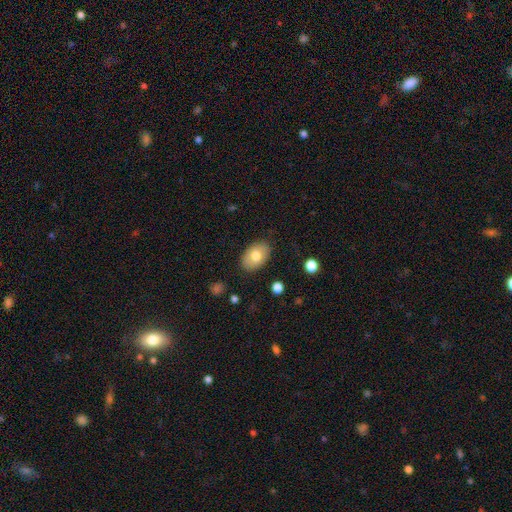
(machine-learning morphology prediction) smooth-or-featured: smooth: 74% | featured or disk: 19% | star or artifact: 7%
  how-rounded: in between: 89% | round: 10% | cigar-shaped: 1%
  merging: none: 85% | minor disturbance: 11% | major disturbance: 3% | merger: 1%